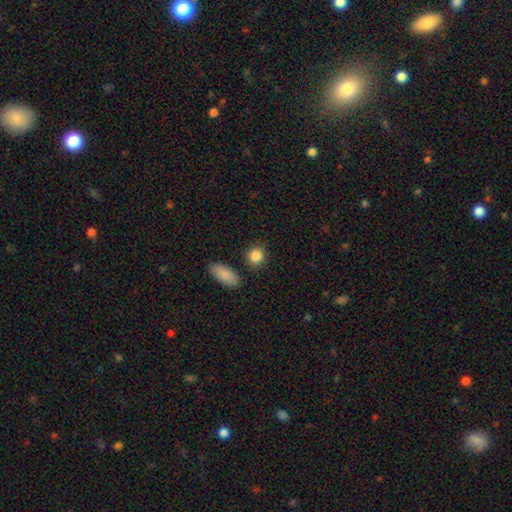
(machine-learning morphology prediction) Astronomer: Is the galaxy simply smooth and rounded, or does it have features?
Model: smooth — 86%.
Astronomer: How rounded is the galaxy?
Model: round — 78%.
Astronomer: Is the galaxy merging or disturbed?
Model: none — 84%.